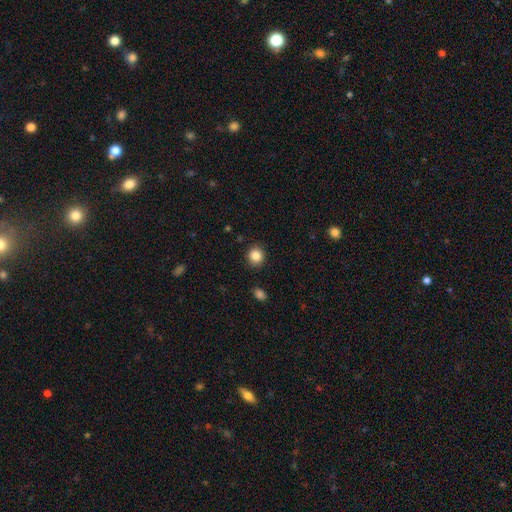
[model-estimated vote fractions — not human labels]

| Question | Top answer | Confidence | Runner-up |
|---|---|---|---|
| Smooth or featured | smooth | 86% | star or artifact (10%) |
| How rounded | round | 88% | in between (12%) |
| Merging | none | 89% | minor disturbance (7%) |